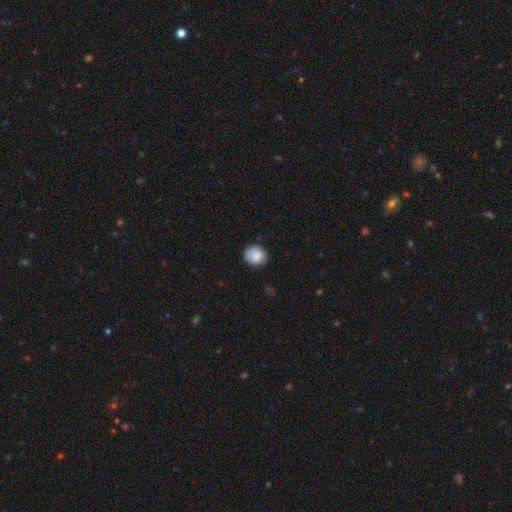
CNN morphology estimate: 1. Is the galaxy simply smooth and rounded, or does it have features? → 85% smooth, 8% star or artifact, 8% featured or disk.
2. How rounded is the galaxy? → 78% round, 21% in between, 1% cigar-shaped.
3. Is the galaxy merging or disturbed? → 77% none, 18% minor disturbance, 3% major disturbance, 1% merger.